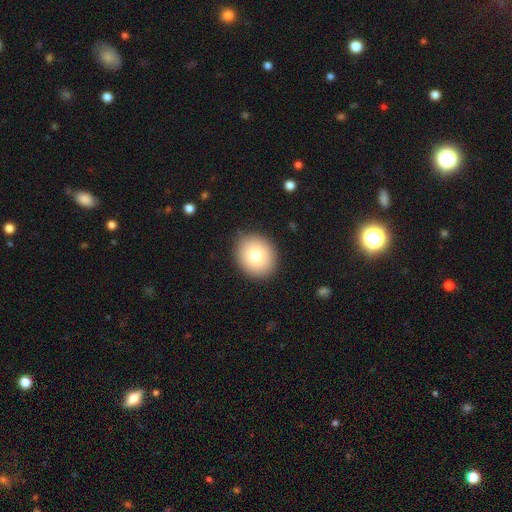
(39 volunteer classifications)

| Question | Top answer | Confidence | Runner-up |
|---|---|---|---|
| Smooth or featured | smooth | 82% | featured or disk (10%) |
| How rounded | round | 62% | in between (38%) |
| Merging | none | 83% | minor disturbance (17%) |